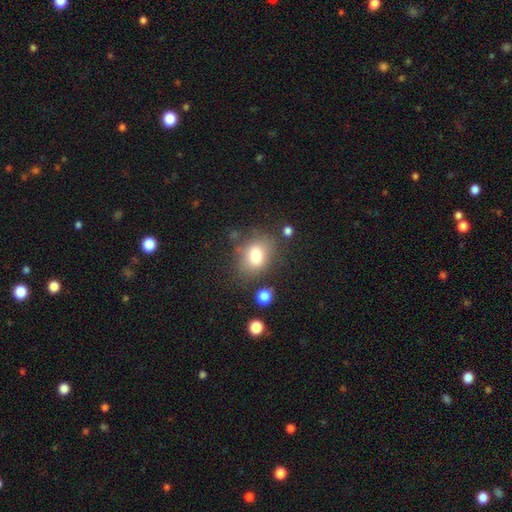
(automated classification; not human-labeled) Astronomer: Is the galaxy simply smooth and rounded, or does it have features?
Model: smooth — 76%.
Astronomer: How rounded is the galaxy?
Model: in between — 63%.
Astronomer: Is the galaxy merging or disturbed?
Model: none — 70%.